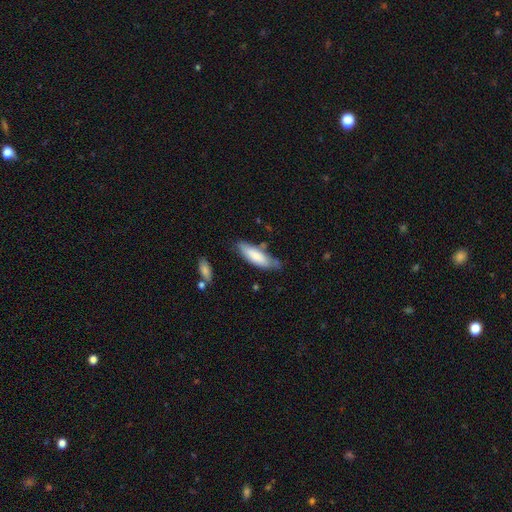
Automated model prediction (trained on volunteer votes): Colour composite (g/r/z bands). It shows a smooth galaxy with no disk features (78%) that is in between round and cigar-shaped (54%). Merging: none (60%).